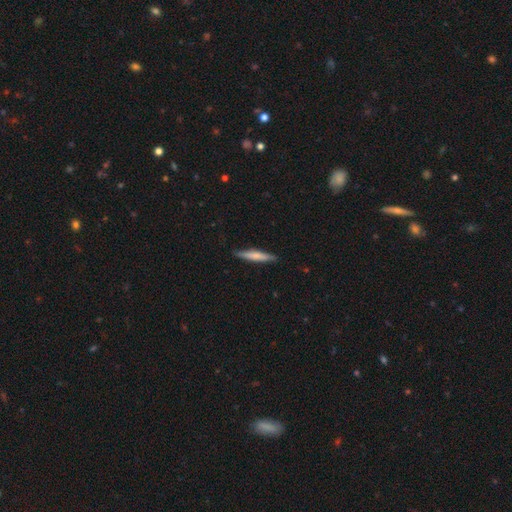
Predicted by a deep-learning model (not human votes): Morphology: type=smooth (64%); roundness=cigar-shaped (92%); merging=none (88%).